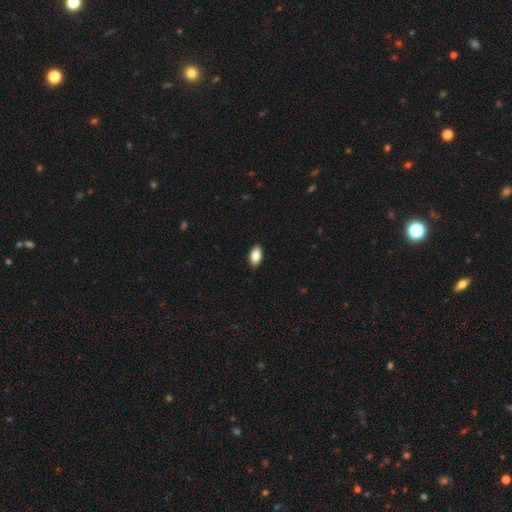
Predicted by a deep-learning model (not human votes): The model was most divided on "smooth or featured": smooth: 87%, star or artifact: 7%, featured or disk: 6%. More confident: how rounded — in between (93%); merging — none (90%).